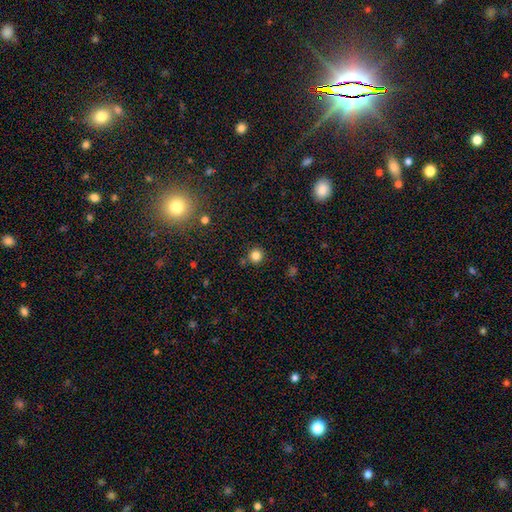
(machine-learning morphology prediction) Smooth or featured?
  - smooth: 83% *
  - star or artifact: 13%
  - featured or disk: 4%
How rounded?
  - round: 94% *
  - in between: 5%
  - cigar-shaped: 1%
Merging?
  - none: 86% *
  - minor disturbance: 7%
  - merger: 5%
  - major disturbance: 2%